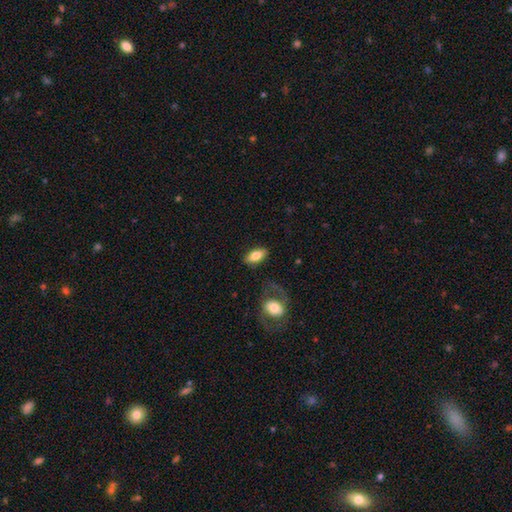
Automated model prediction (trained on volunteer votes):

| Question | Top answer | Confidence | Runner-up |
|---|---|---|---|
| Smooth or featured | smooth | 72% | featured or disk (21%) |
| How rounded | in between | 87% | cigar-shaped (10%) |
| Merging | none | 82% | minor disturbance (11%) |